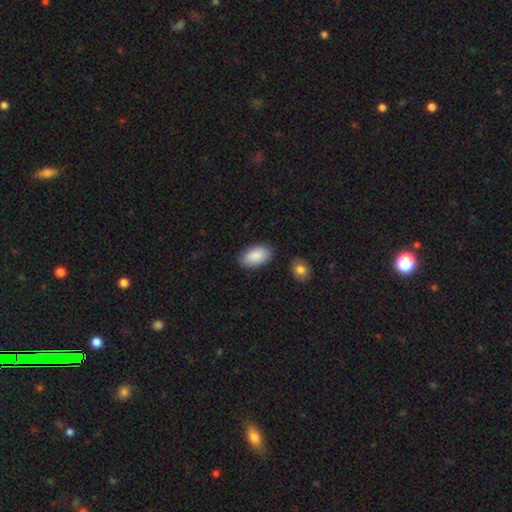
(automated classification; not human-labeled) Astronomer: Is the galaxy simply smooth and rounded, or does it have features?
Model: smooth — 89%.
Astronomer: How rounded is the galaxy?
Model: in between — 95%.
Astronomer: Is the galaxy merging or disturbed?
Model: none — 82%.